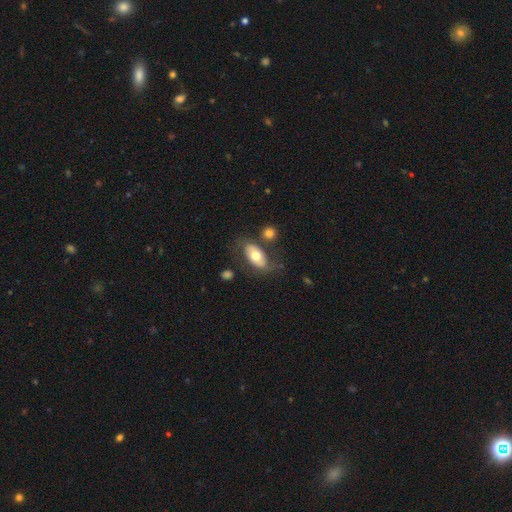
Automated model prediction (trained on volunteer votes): Smooth or featured? smooth (60%)
How rounded? in between (91%)
Merging? none (64%)